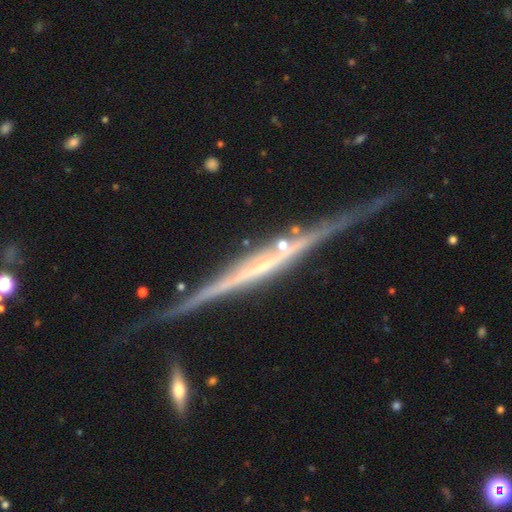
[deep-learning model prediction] Smooth or featured?
  - featured or disk: 85% *
  - smooth: 9%
  - star or artifact: 6%
Edge-on disk?
  - yes: 98% *
  - no: 2%
Edge-on bulge?
  - none: 49% *
  - rounded: 28%
  - boxy: 23%
Merging?
  - none: 76% *
  - minor disturbance: 16%
  - major disturbance: 4%
  - merger: 4%